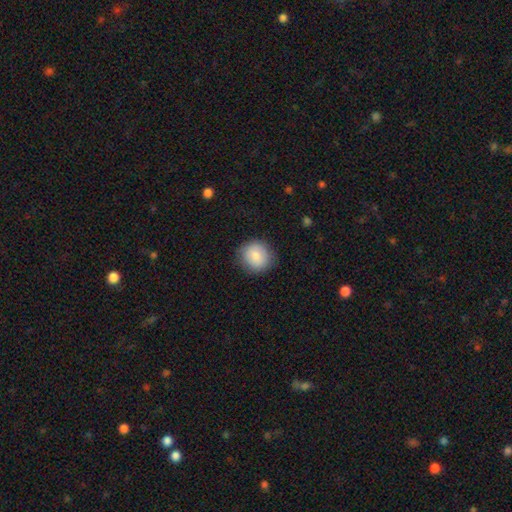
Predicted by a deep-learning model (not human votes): A smooth galaxy with no disk features (84%) that is round (88%). Merging: none (84%).